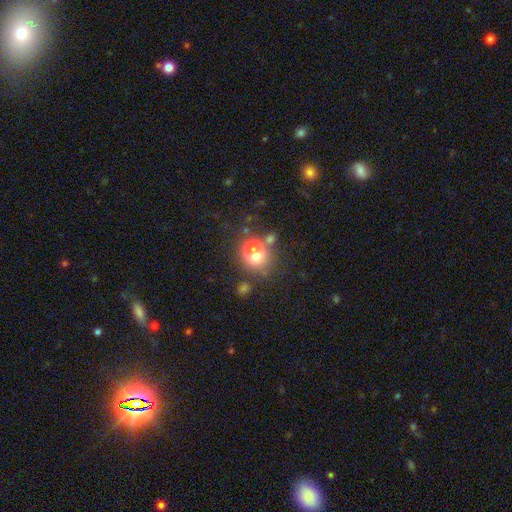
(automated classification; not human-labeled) Smooth or featured? smooth (63%)
How rounded? round (76%)
Merging? merger (52%)